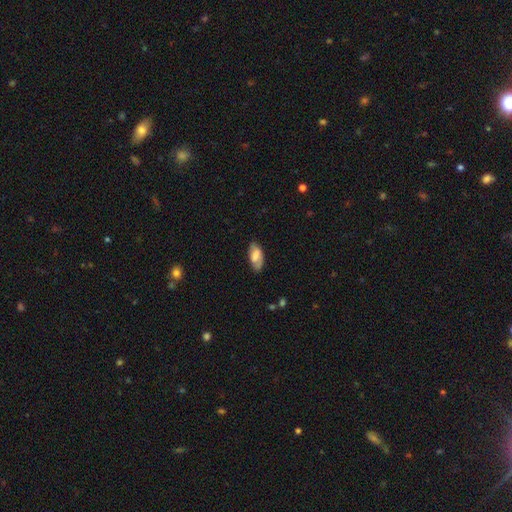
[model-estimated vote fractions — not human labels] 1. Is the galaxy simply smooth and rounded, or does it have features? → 70% smooth, 24% featured or disk, 7% star or artifact.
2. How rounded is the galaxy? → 90% in between, 7% cigar-shaped, 3% round.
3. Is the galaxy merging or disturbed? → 71% none, 22% minor disturbance, 5% major disturbance, 2% merger.